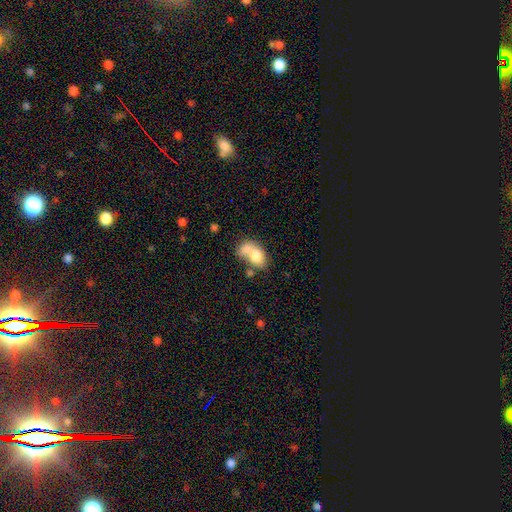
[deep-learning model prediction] Q: Smooth or featured?
A: smooth (74%); runner-up: featured or disk (19%)
Q: How rounded?
A: in between (75%); runner-up: round (24%)
Q: Merging?
A: merger (63%); runner-up: none (20%)